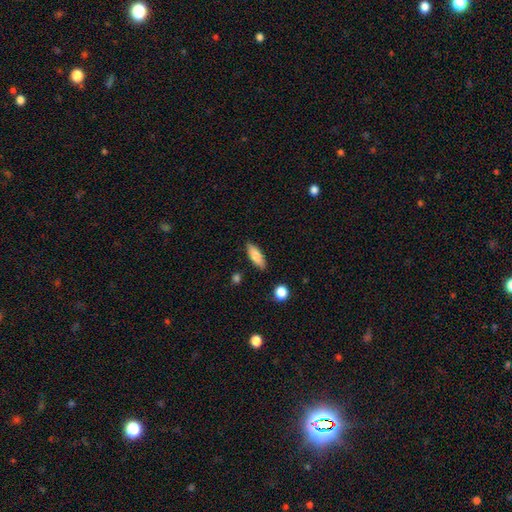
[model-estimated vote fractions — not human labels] smooth-or-featured: smooth: 83% | featured or disk: 11% | star or artifact: 7%
  how-rounded: in between: 66% | cigar-shaped: 31% | round: 2%
  merging: none: 86% | minor disturbance: 10% | major disturbance: 2% | merger: 2%